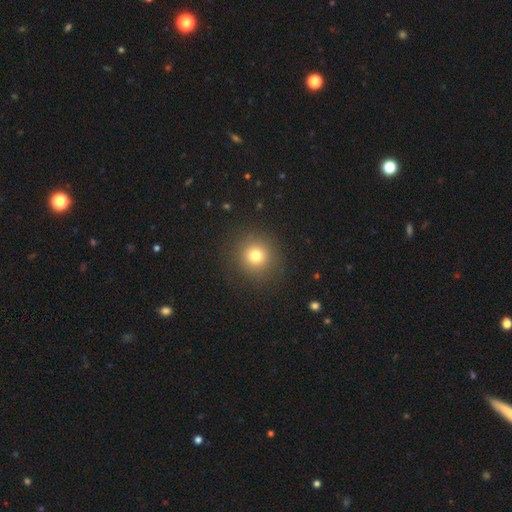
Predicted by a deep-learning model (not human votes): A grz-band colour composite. It shows a smooth galaxy with no disk features (75%) that is round (94%). Merging: none (89%).